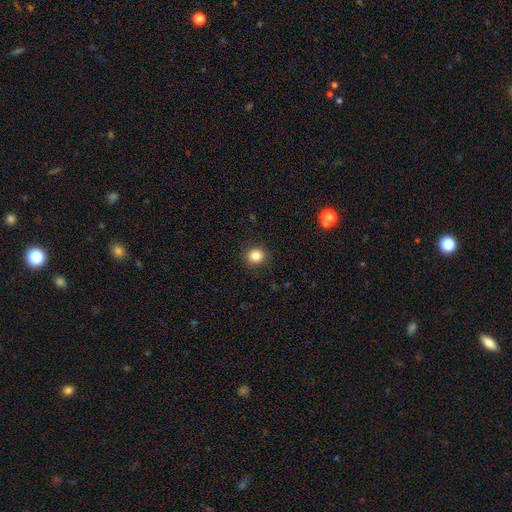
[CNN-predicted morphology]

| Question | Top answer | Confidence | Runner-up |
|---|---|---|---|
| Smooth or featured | smooth | 84% | star or artifact (11%) |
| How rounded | round | 87% | in between (12%) |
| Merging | none | 91% | minor disturbance (6%) |